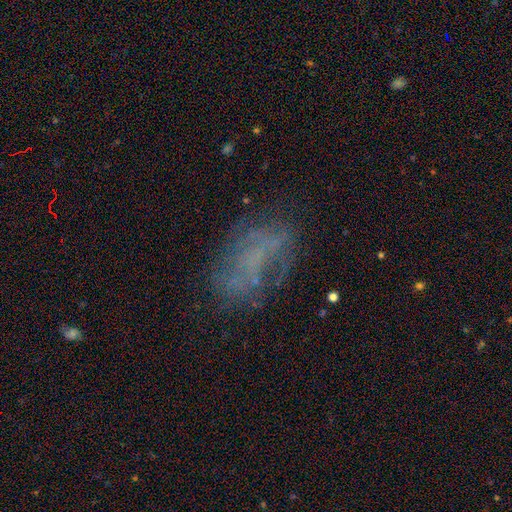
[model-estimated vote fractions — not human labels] smooth-or-featured: featured or disk: 49% | smooth: 30% | star or artifact: 21%
  merging: none: 61% | minor disturbance: 19% | major disturbance: 18% | merger: 3%